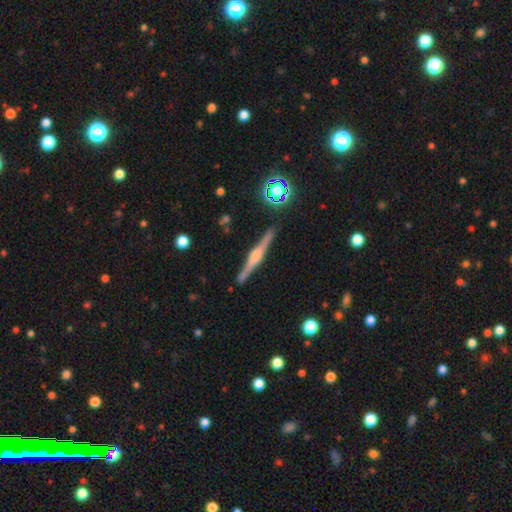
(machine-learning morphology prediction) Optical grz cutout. It shows a featured or disk galaxy (80%) viewed edge-on (98%) with a rounded central bulge (81%). Merging: none (91%).